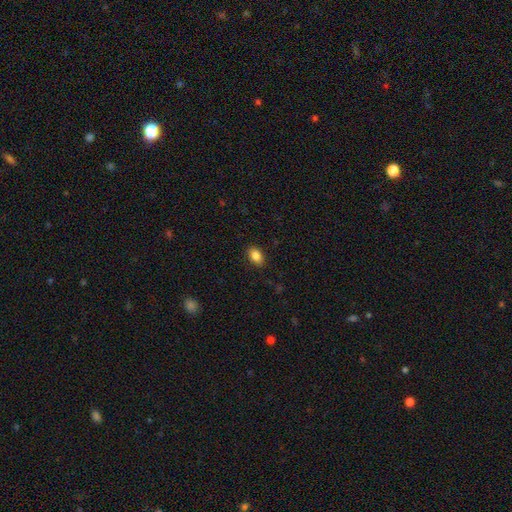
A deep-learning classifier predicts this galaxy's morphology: The model was most divided on "how rounded": in between: 86%, round: 13%, cigar-shaped: 2%. More confident: merging — none (88%); smooth or featured — smooth (86%).